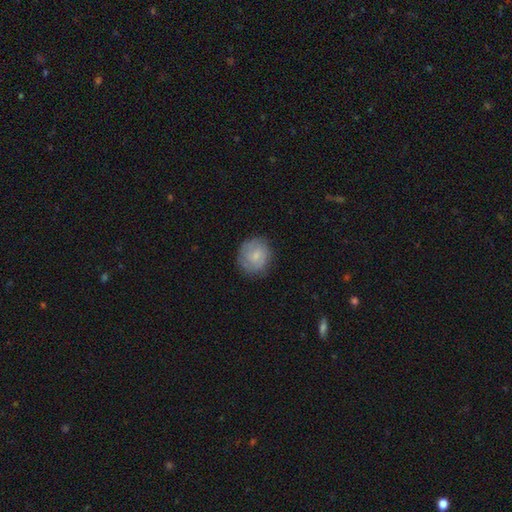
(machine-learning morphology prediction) Overall: smooth (52%; featured or disk 41%). How rounded: round (83%). Merging: none (80%).